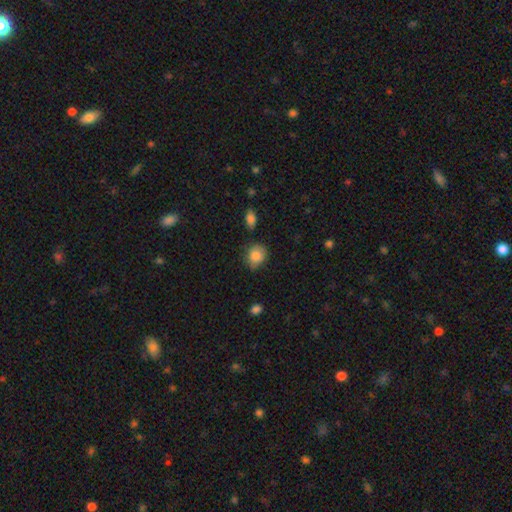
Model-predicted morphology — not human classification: This is clearly a smooth galaxy (84%). How rounded: likely round (65%). Merging: likely none (73%).